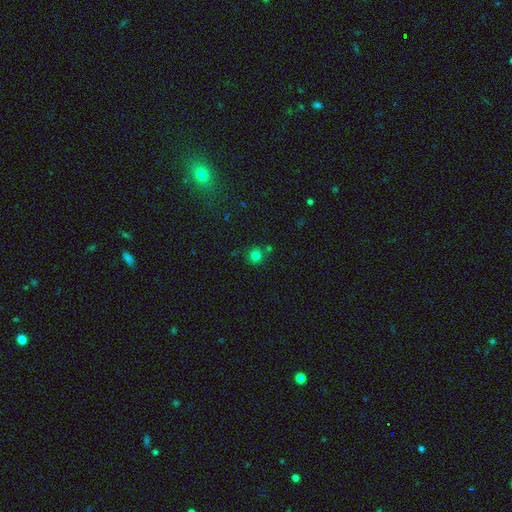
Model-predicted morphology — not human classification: The model was most divided on "smooth or featured": smooth: 78%, star or artifact: 16%, featured or disk: 6%. More confident: how rounded — round (90%); merging — none (74%).